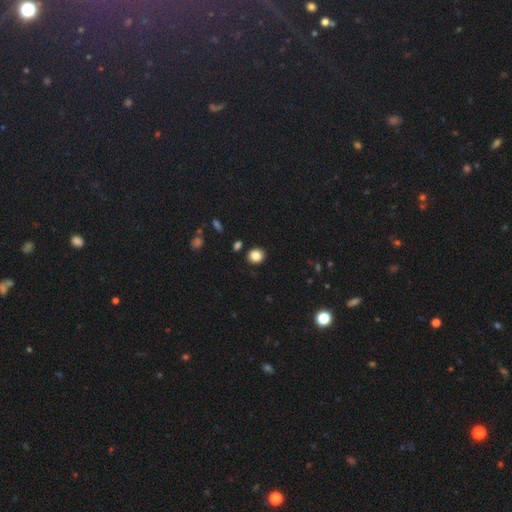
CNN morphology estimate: This appears to be a smooth galaxy with no disk features (84%) that is round (80%). Merging: none (89%).